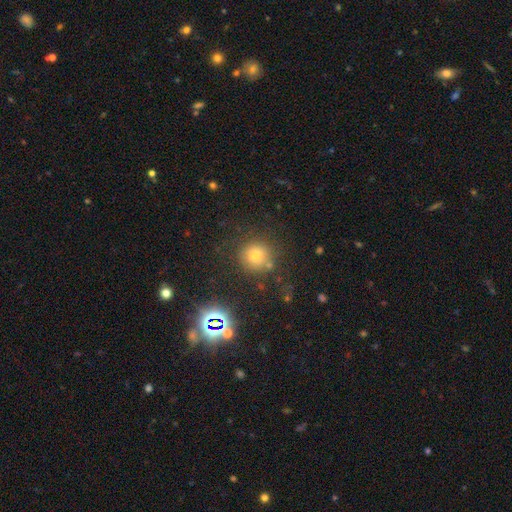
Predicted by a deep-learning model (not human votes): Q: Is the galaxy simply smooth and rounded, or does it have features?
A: smooth — 71%.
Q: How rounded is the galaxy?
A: round — 89%.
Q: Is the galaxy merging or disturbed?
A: none — 78%.